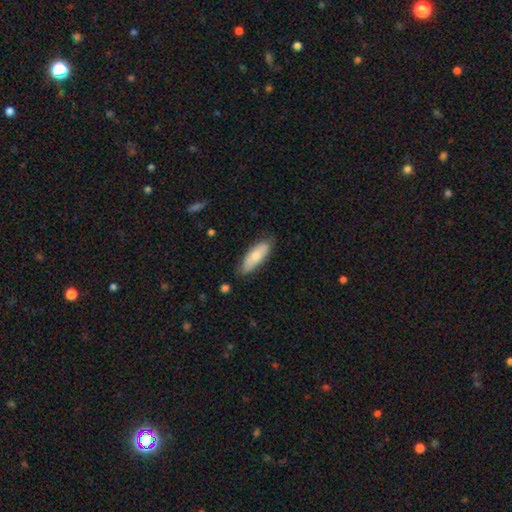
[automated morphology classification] A smooth galaxy with no disk features (69%) that is in between round and cigar-shaped (69%).

Vote fractions:
- Smooth or featured? smooth: 69% / featured or disk: 25% / star or artifact: 6%
- How rounded? in between: 69% / cigar-shaped: 29% / round: 2%
- Merging? none: 73% / minor disturbance: 22% / major disturbance: 4% / merger: 2%